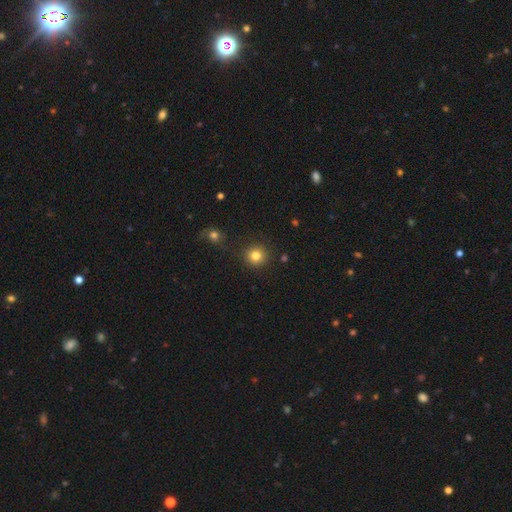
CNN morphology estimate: Overall: smooth (82%). How rounded: round (94%). Merging: none (89%).